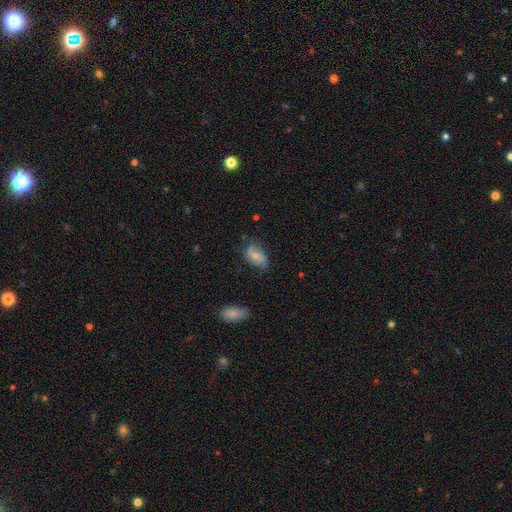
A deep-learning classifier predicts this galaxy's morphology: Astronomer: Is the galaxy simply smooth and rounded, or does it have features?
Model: smooth — 58% (runner-up: featured or disk, 34%).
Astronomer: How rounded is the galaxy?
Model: in between — 89%.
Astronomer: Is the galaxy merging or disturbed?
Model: none — 61%.